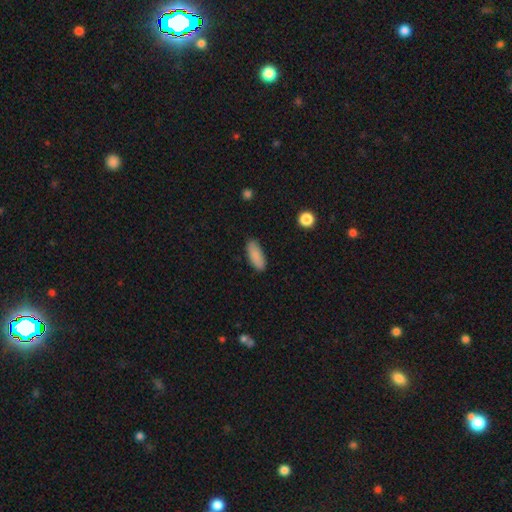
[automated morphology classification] A smooth galaxy with no disk features (87%) that is in between round and cigar-shaped (73%). Merging: none (83%).